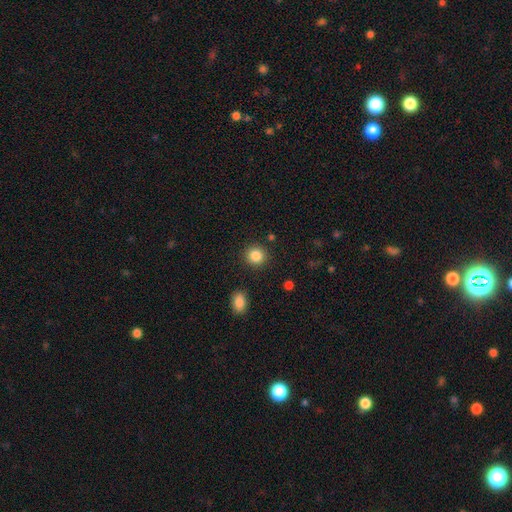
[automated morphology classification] smooth_or_featured: smooth (p=0.86) [alt: star or artifact p=0.10]
how_rounded: round (p=0.90) [alt: in between p=0.09]
merging: none (p=0.89) [alt: minor disturbance p=0.06]